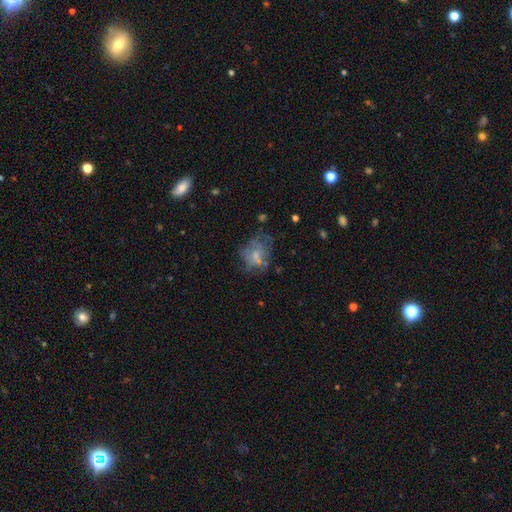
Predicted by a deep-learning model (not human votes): Smooth or featured? Predicted: smooth (p=0.44, tied with featured or disk). Merging? Predicted: none (p=0.42).